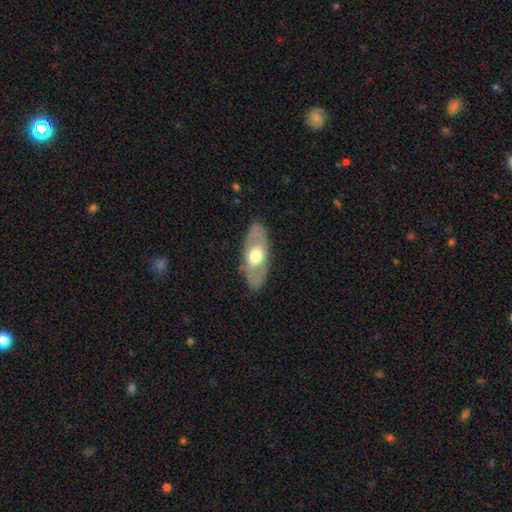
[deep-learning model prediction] A featured or disk galaxy (50%). Merging: none (85%).